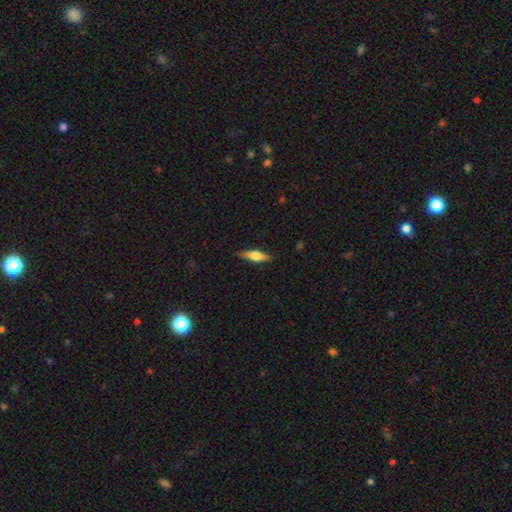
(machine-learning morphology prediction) The model was most divided on "smooth or featured": smooth: 50%, featured or disk: 44%, star or artifact: 6%. More confident: merging — none (88%); how rounded — cigar-shaped (67%).